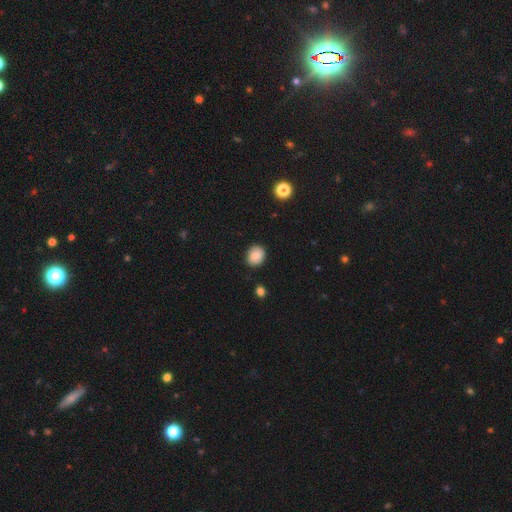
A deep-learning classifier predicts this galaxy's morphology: type=smooth (84%); roundness=round (67%); merging=none (85%).